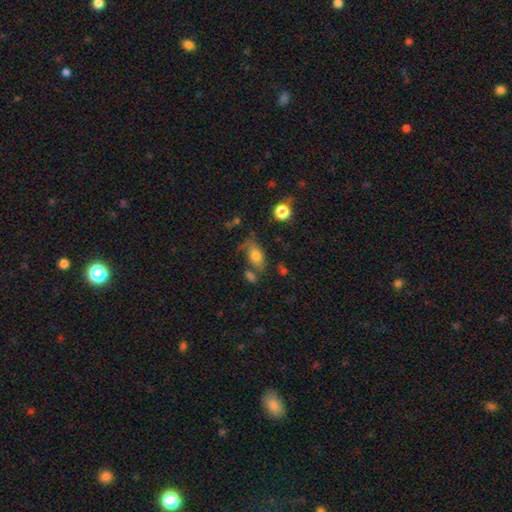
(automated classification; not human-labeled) smooth-or-featured: smooth: 69% | featured or disk: 20% | star or artifact: 10%
  how-rounded: in between: 85% | round: 9% | cigar-shaped: 7%
  merging: none: 49% | minor disturbance: 23% | merger: 14% | major disturbance: 14%